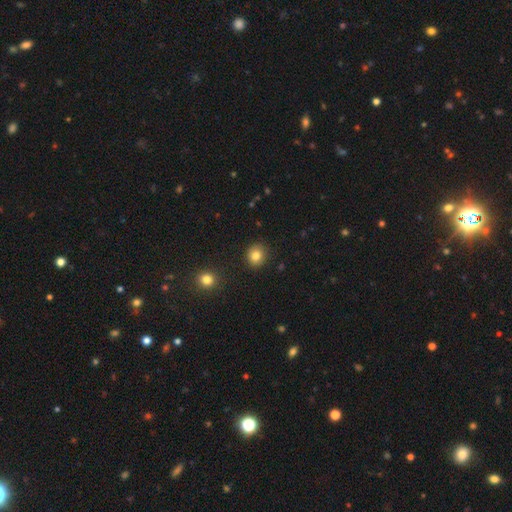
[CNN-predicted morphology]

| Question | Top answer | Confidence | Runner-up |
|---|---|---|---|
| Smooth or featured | smooth | 82% | star or artifact (11%) |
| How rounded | round | 80% | in between (19%) |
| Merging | none | 90% | minor disturbance (7%) |